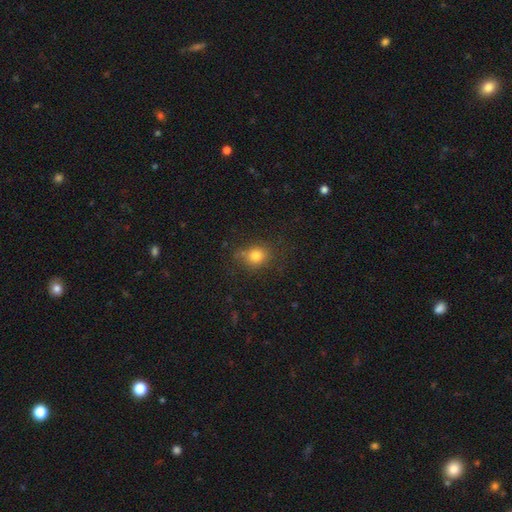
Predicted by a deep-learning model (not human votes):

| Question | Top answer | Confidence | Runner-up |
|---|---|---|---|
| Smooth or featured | smooth | 78% | star or artifact (13%) |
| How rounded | round | 70% | in between (29%) |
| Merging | none | 67% | minor disturbance (22%) |